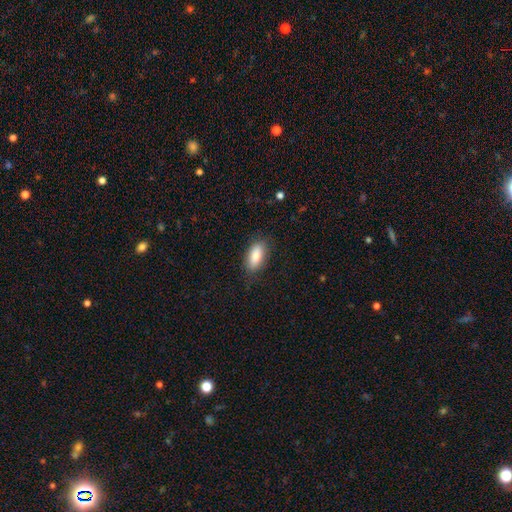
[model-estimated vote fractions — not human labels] Q: Smooth or featured?
A: smooth (86%); runner-up: featured or disk (8%)
Q: How rounded?
A: in between (84%); runner-up: cigar-shaped (13%)
Q: Merging?
A: none (82%); runner-up: minor disturbance (13%)